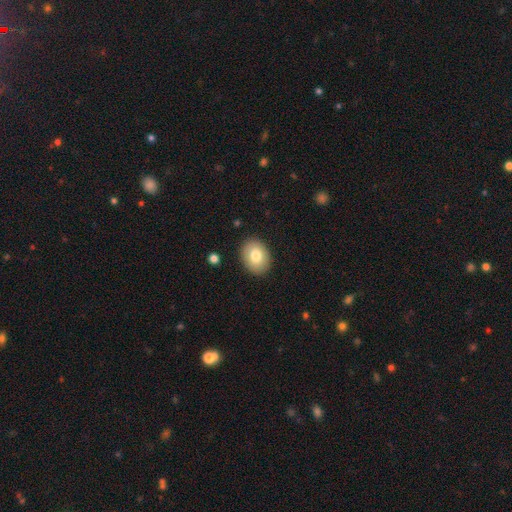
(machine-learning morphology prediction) Smooth or featured? Predicted: smooth (p=0.79). How rounded? Predicted: in between (p=0.64). Merging? Predicted: none (p=0.88).